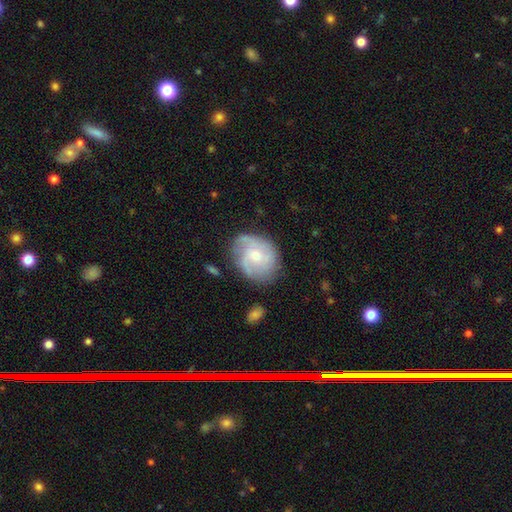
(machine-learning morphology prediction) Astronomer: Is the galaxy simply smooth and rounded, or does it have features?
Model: featured or disk — 69%.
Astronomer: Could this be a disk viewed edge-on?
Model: no — 98%.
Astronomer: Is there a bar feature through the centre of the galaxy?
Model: no — 65%.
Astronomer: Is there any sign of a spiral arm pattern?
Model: yes — 89%.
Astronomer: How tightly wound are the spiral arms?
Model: medium — 43% (runner-up: tight, 37%).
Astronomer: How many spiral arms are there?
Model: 2 — 32% (runner-up: 3, 27%).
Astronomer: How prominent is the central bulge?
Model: moderate — 50% (runner-up: small, 43%).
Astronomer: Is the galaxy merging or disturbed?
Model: none — 66%.